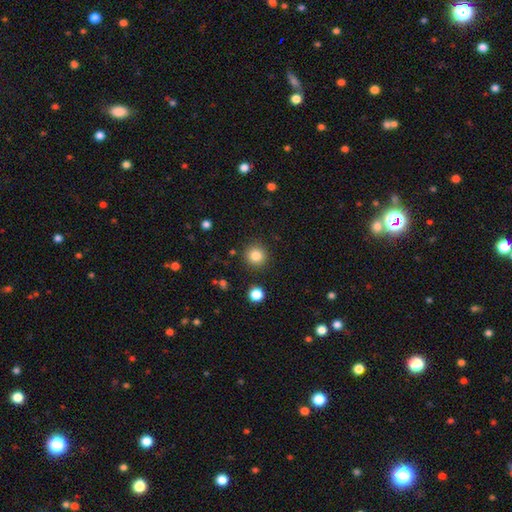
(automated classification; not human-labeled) Smooth or featured? smooth (84%)
How rounded? round (94%)
Merging? none (90%)